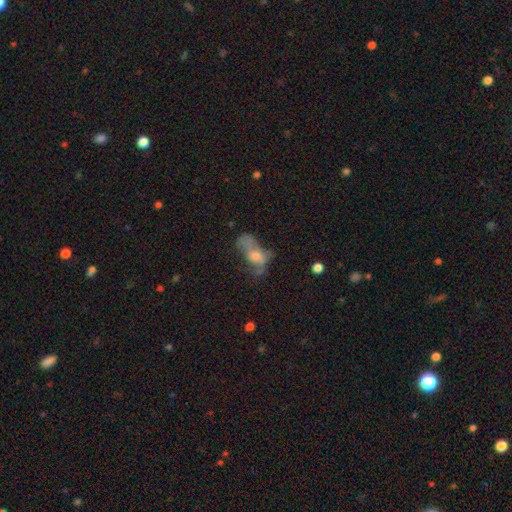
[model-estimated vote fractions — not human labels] Smooth or featured: smooth — 44% (featured or disk — 41%)
Merging: major disturbance — 43% (none — 24%)